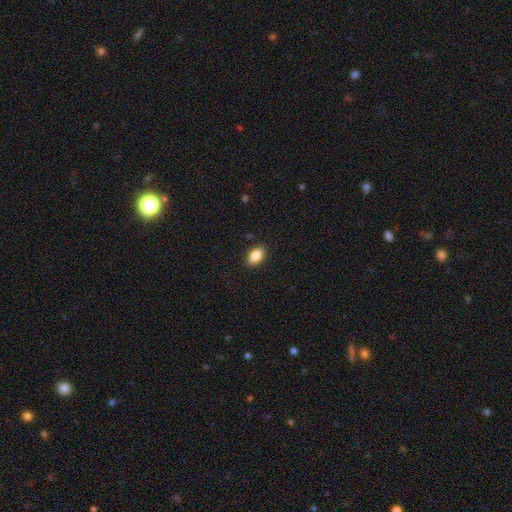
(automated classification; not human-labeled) Smooth or featured?
  - smooth: 87% *
  - star or artifact: 8%
  - featured or disk: 5%
How rounded?
  - in between: 89% *
  - round: 9%
  - cigar-shaped: 2%
Merging?
  - none: 89% *
  - minor disturbance: 8%
  - major disturbance: 2%
  - merger: 1%